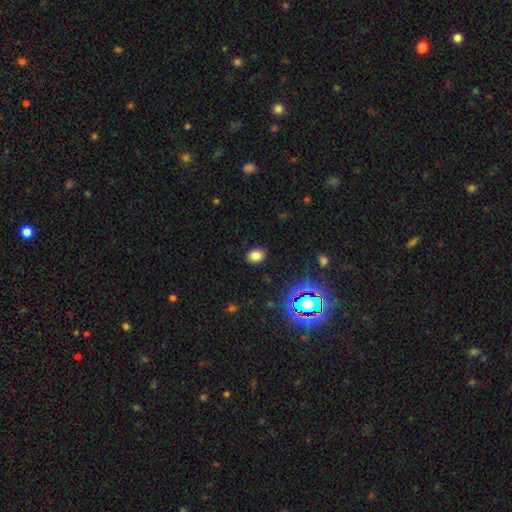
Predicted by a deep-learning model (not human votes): Smooth or featured? smooth (79%)
How rounded? in between (62%)
Merging? none (88%)